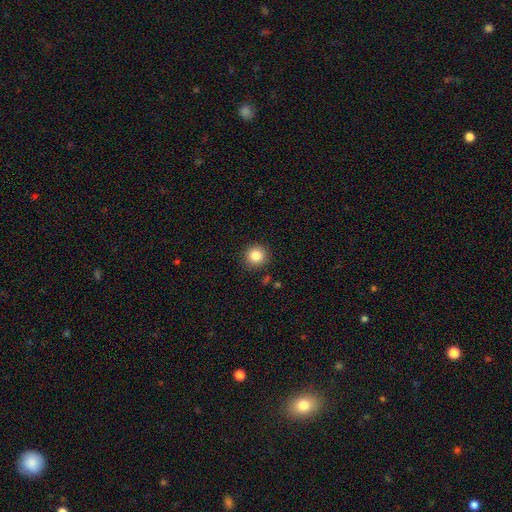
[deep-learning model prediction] Q: Smooth or featured?
A: smooth (85%); runner-up: star or artifact (10%)
Q: How rounded?
A: round (93%); runner-up: in between (6%)
Q: Merging?
A: none (89%); runner-up: minor disturbance (7%)